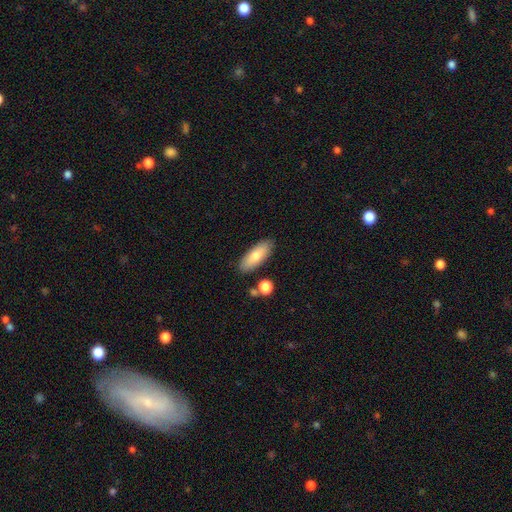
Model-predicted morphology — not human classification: Smooth or featured? Predicted: smooth (p=0.77). How rounded? Predicted: in between (p=0.71). Merging? Predicted: none (p=0.83).